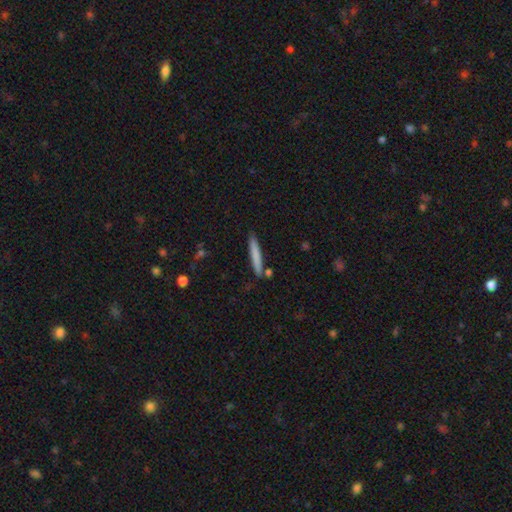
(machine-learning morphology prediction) Q: Smooth or featured?
A: smooth (77%); runner-up: featured or disk (17%)
Q: How rounded?
A: cigar-shaped (94%); runner-up: in between (4%)
Q: Merging?
A: none (84%); runner-up: minor disturbance (10%)